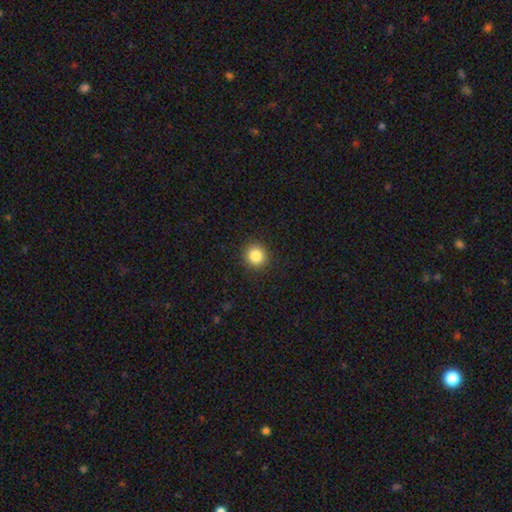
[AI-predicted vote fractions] Morphology: type=smooth (85%); roundness=round (91%); merging=none (91%).